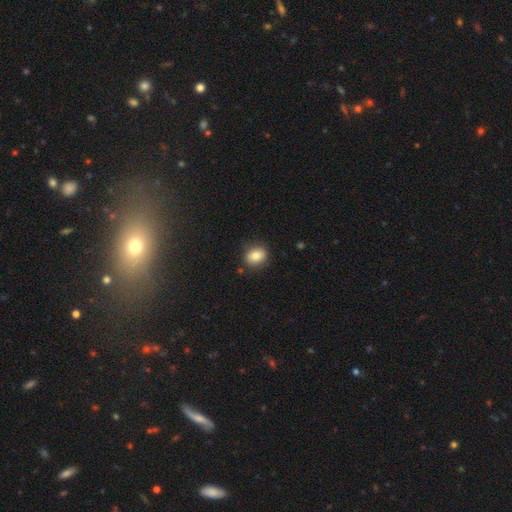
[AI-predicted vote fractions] Q: Smooth or featured?
A: smooth (82%); runner-up: star or artifact (9%)
Q: How rounded?
A: round (56%); runner-up: in between (43%)
Q: Merging?
A: none (84%); runner-up: minor disturbance (11%)